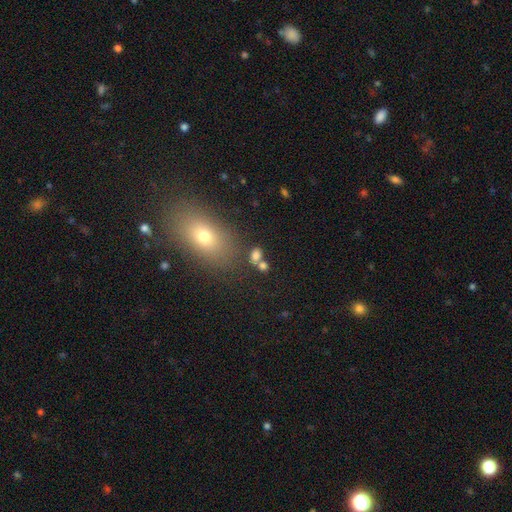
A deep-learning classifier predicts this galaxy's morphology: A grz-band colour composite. It shows a smooth galaxy with no disk features (75%) that is in between round and cigar-shaped (70%). Merging: none (50%).